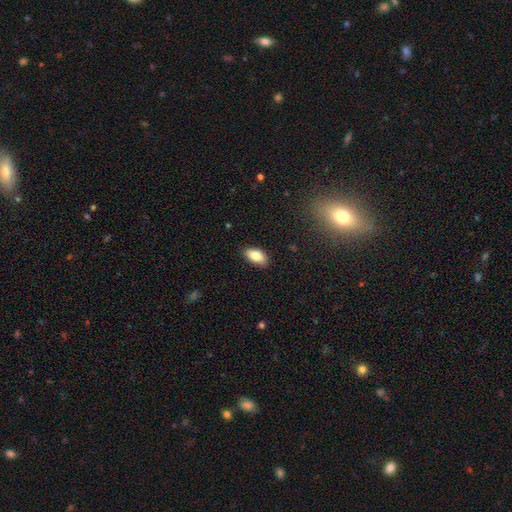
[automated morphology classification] Smooth or featured: smooth — 85% (star or artifact — 7%)
How rounded: in between — 93% (cigar-shaped — 4%)
Merging: none — 85% (minor disturbance — 11%)